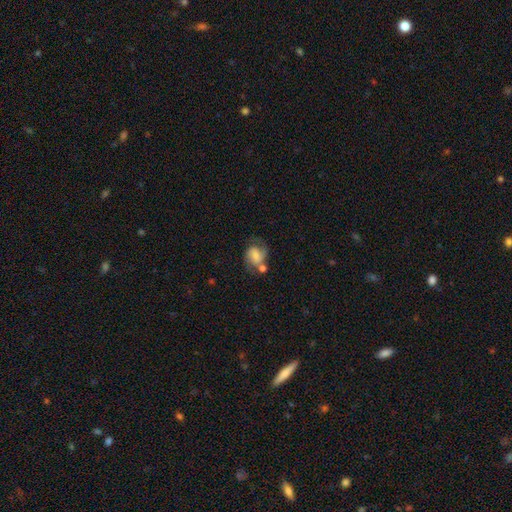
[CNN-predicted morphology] smooth_or_featured: smooth (p=0.47) [alt: featured or disk p=0.44]
merging: none (p=0.42) [alt: merger p=0.23]